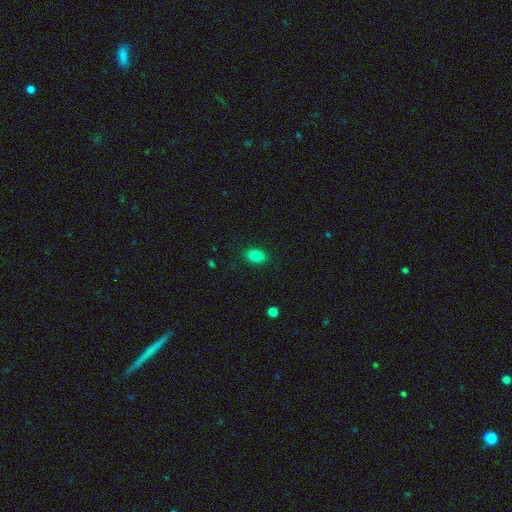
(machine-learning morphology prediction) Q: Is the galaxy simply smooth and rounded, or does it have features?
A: smooth — 84%.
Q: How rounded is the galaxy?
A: in between — 83%.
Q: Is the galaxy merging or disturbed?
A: none — 88%.